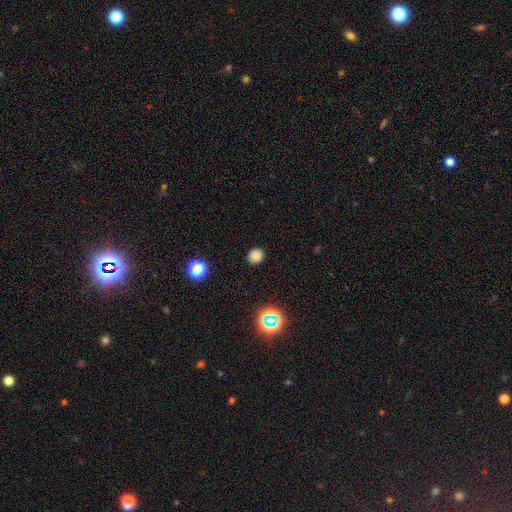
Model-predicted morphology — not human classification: Smooth or featured?
  - smooth: 81% *
  - star or artifact: 16%
  - featured or disk: 4%
How rounded?
  - round: 83% *
  - in between: 16%
  - cigar-shaped: 1%
Merging?
  - none: 90% *
  - minor disturbance: 7%
  - major disturbance: 2%
  - merger: 1%